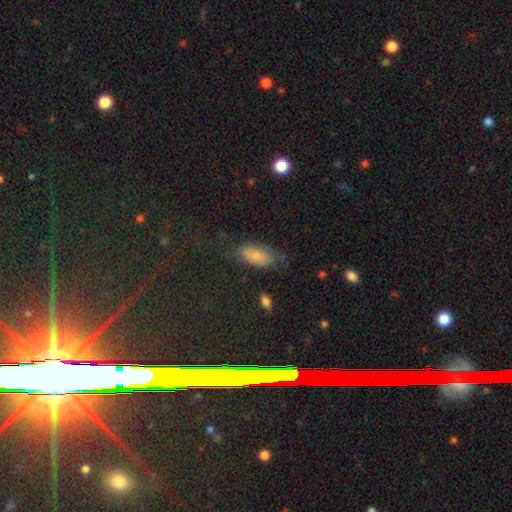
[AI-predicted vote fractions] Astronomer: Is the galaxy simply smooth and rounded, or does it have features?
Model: smooth — 69%.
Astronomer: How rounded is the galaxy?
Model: in between — 88%.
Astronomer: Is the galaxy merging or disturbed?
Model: none — 58%.